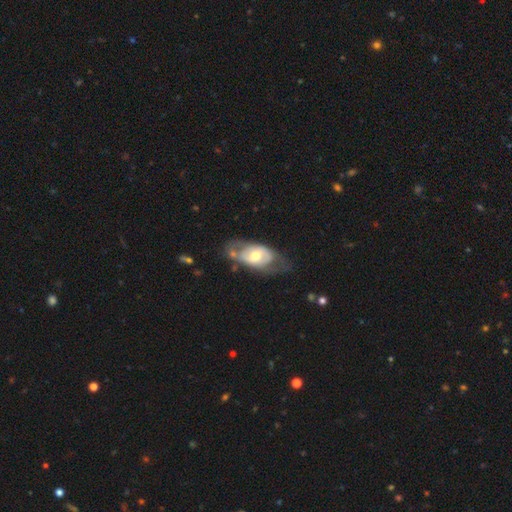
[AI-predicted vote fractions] The model was most divided on "spiral arms": no: 53%, yes: 47%. More confident: edge-on disk — no (91%); bulge size — moderate (67%); smooth or featured — featured or disk (63%); bar — no (58%); merging — none (51%).